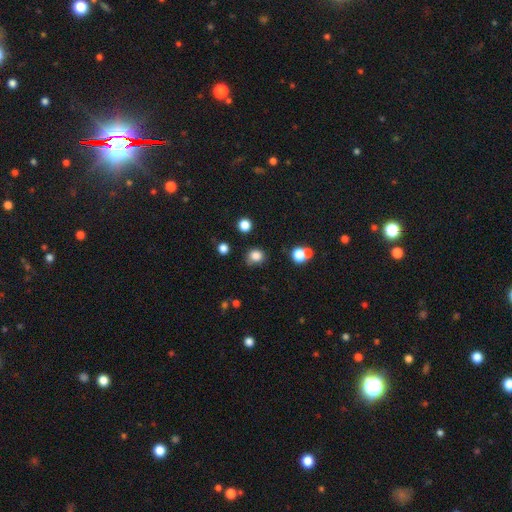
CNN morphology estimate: A smooth galaxy with no disk features (82%) that is round (77%). Merging: none (73%).